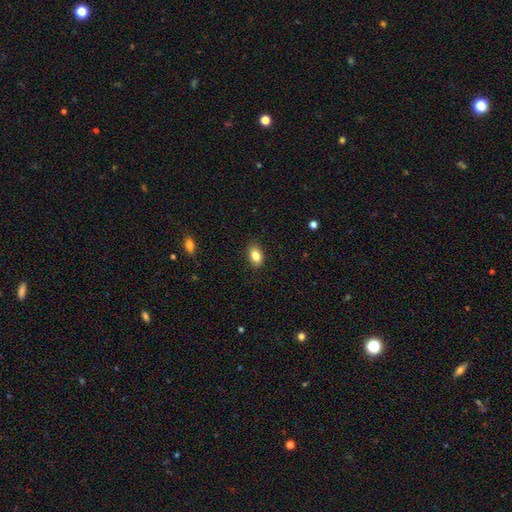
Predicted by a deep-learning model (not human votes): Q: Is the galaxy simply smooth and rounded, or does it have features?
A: smooth — 83%.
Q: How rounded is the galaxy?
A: in between — 85%.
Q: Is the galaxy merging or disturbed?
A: none — 87%.